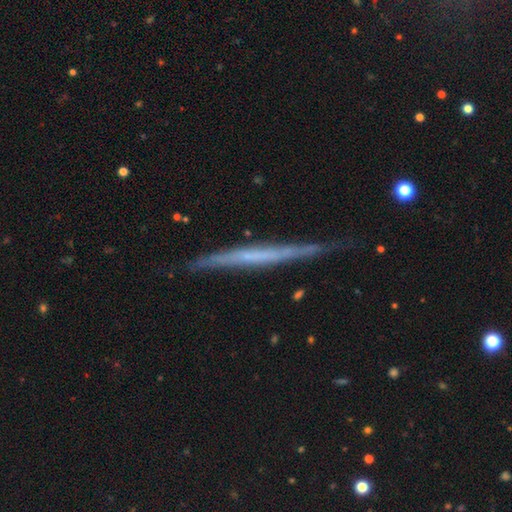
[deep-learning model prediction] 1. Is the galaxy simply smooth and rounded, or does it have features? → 64% featured or disk, 30% smooth, 6% star or artifact.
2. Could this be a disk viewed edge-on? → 96% yes, 4% no.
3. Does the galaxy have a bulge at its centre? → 86% none, 9% rounded, 6% boxy.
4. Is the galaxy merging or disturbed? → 79% none, 17% minor disturbance, 3% major disturbance, 2% merger.